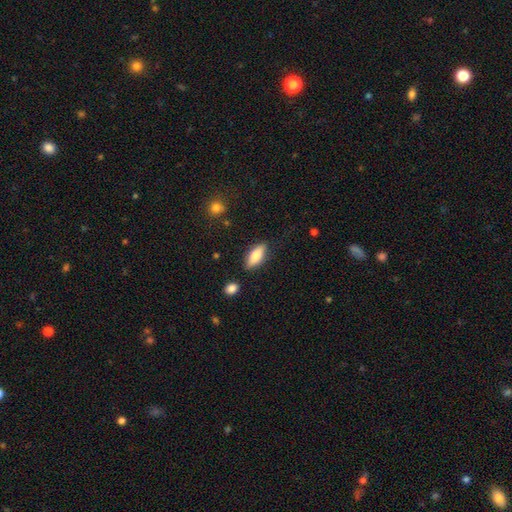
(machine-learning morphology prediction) smooth-or-featured: smooth: 72% | featured or disk: 22% | star or artifact: 6%
  how-rounded: in between: 72% | cigar-shaped: 26% | round: 3%
  merging: none: 83% | minor disturbance: 12% | major disturbance: 3% | merger: 2%